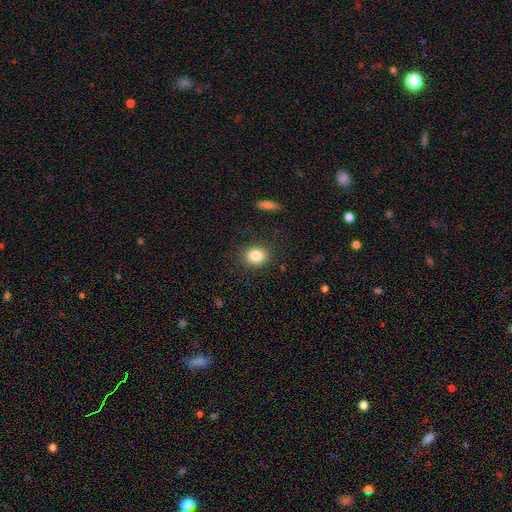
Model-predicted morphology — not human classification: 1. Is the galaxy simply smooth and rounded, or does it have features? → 84% smooth, 10% star or artifact, 6% featured or disk.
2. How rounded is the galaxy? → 62% round, 37% in between, 1% cigar-shaped.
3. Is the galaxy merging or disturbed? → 87% none, 9% minor disturbance, 3% major disturbance, 1% merger.